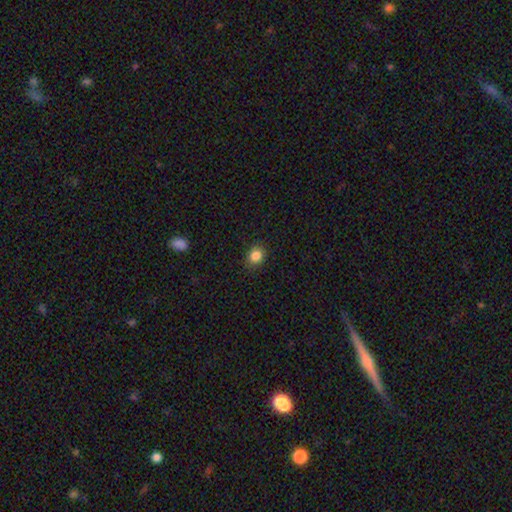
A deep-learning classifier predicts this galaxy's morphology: The model was most divided on "how rounded": round: 69%, in between: 30%, cigar-shaped: 1%. More confident: merging — none (88%); smooth or featured — smooth (85%).